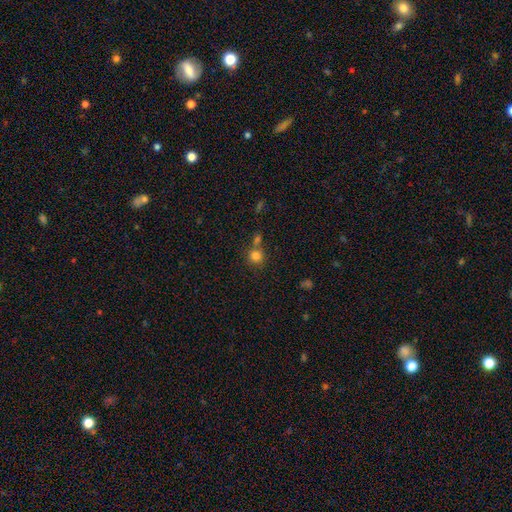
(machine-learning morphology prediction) Smooth or featured: smooth — 80% (star or artifact — 13%)
How rounded: round — 89% (in between — 10%)
Merging: none — 63% (merger — 24%)